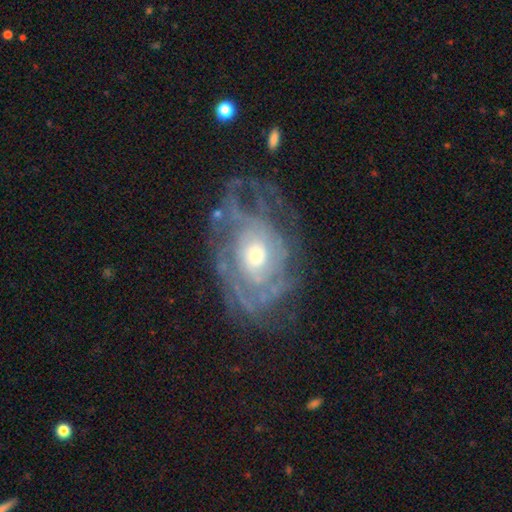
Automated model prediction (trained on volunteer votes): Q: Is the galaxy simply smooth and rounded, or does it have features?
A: featured or disk — 84%.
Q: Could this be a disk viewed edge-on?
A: no — 96%.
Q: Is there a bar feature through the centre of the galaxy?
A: no — 79%.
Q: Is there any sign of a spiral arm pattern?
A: yes — 86%.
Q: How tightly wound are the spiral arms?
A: tight — 61%.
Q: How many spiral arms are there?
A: can't tell — 45%.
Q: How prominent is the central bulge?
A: moderate — 55%.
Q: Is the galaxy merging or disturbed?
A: none — 57%.